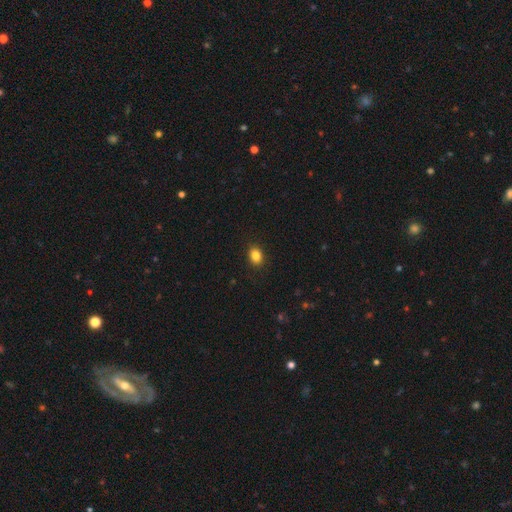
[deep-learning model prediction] Smooth or featured?
  - smooth: 85% *
  - star or artifact: 10%
  - featured or disk: 5%
How rounded?
  - in between: 70% *
  - round: 29%
  - cigar-shaped: 1%
Merging?
  - none: 90% *
  - minor disturbance: 7%
  - major disturbance: 2%
  - merger: 1%